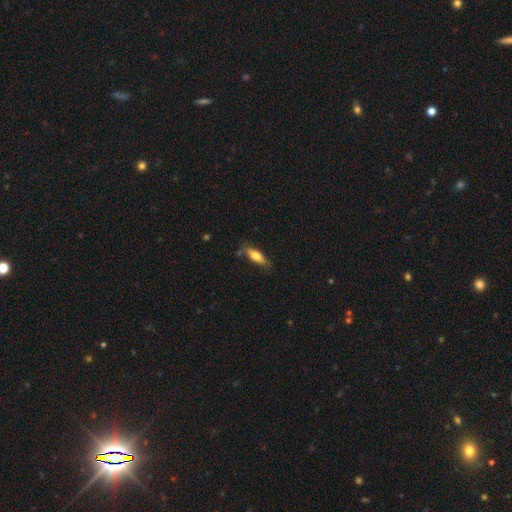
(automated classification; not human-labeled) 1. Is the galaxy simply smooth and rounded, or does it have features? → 67% smooth, 27% featured or disk, 6% star or artifact.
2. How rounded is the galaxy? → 53% in between, 45% cigar-shaped, 2% round.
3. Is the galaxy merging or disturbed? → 76% none, 17% minor disturbance, 4% major disturbance, 3% merger.